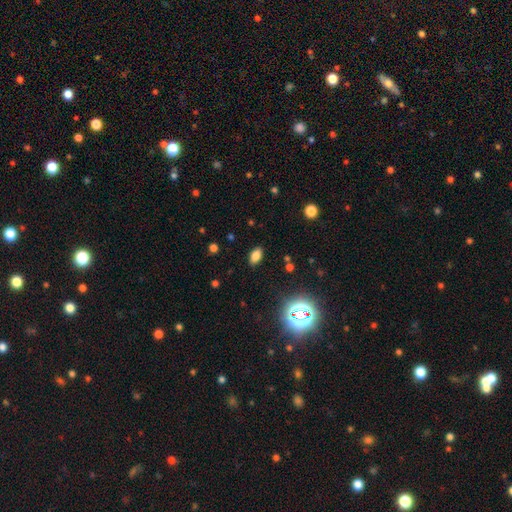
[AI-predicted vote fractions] Smooth or featured? Predicted: smooth (p=0.78). How rounded? Predicted: in between (p=0.89). Merging? Predicted: none (p=0.87).